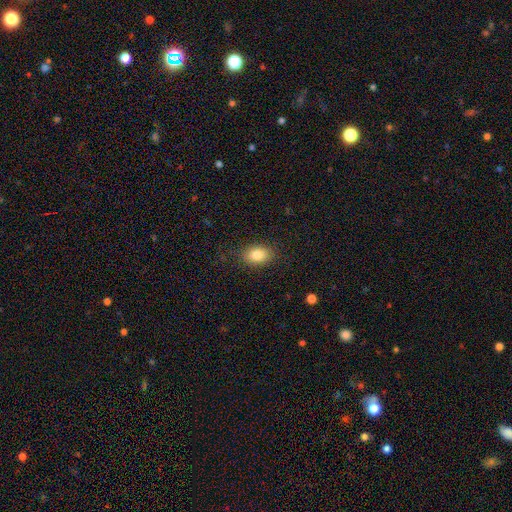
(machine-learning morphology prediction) Smooth or featured: smooth — 84% (star or artifact — 9%)
How rounded: in between — 82% (round — 17%)
Merging: none — 85% (minor disturbance — 11%)